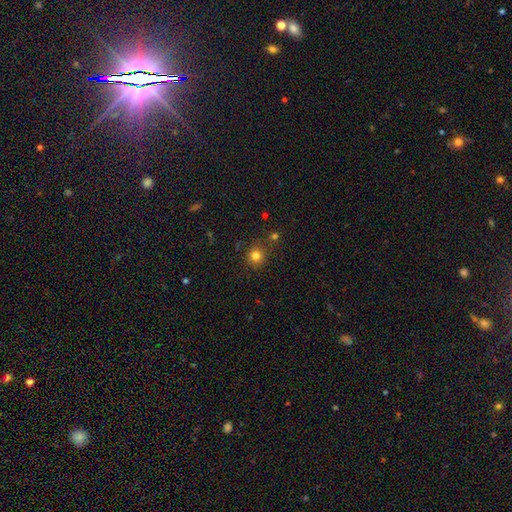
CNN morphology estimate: Smooth or featured? Predicted: smooth (p=0.80). How rounded? Predicted: round (p=0.91). Merging? Predicted: none (p=0.81).